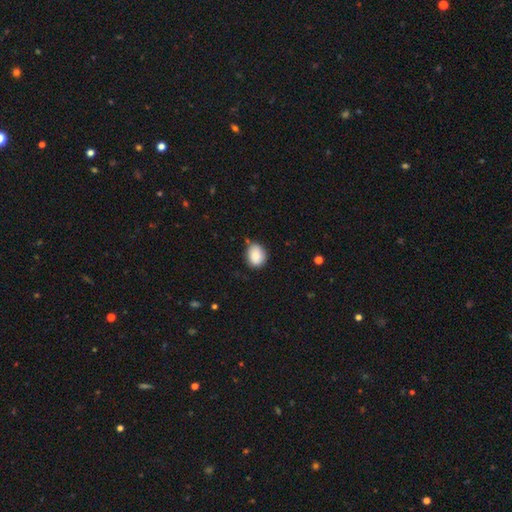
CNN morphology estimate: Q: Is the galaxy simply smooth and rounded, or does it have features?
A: smooth — 87%.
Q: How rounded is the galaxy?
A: round — 52%.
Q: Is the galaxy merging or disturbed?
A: none — 70%.